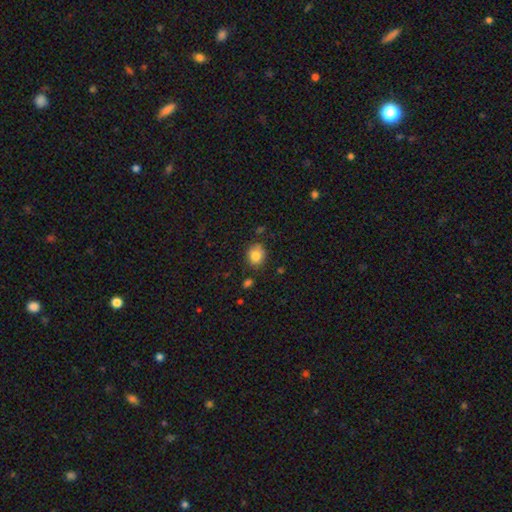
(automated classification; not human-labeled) This is clearly a smooth galaxy (83%). How rounded: likely round (69%). Merging: likely none (77%).